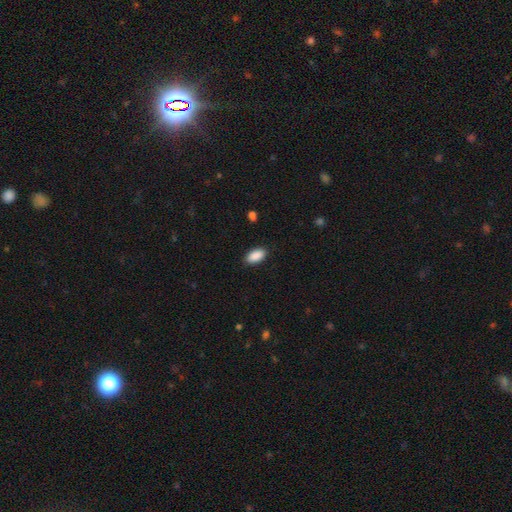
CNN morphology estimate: Overall: smooth (91%). How rounded: in between (94%). Merging: none (88%).